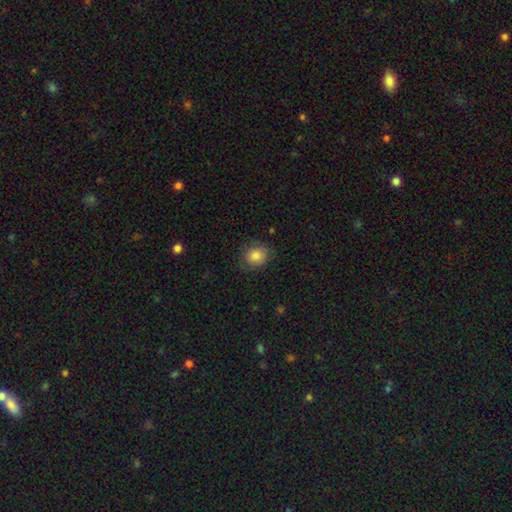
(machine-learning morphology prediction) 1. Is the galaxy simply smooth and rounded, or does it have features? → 82% smooth, 9% featured or disk, 9% star or artifact.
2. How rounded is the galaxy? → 73% round, 26% in between, 1% cigar-shaped.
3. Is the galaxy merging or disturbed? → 78% none, 16% minor disturbance, 5% major disturbance, 1% merger.